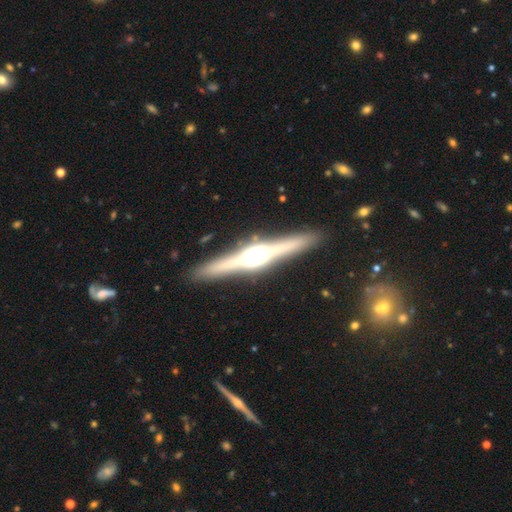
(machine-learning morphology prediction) A featured or disk galaxy (78%) viewed edge-on (97%) with a rounded central bulge (90%). Merging: none (89%).